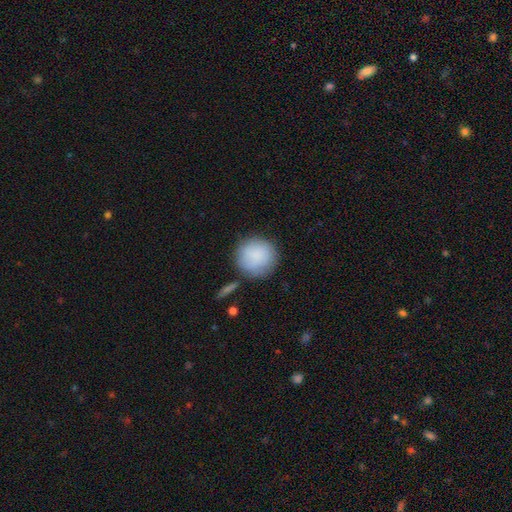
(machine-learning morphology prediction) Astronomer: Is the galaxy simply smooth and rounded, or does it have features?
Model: smooth — 86%.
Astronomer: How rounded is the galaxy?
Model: round — 93%.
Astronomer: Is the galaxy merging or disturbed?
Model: none — 75%.